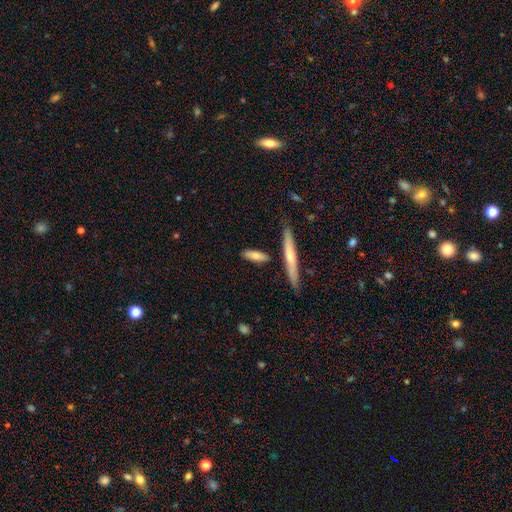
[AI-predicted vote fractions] smooth 68%, featured or disk 26%, star or artifact 6%. Down the decision tree: how rounded — cigar-shaped (61%); merging — none (77%).